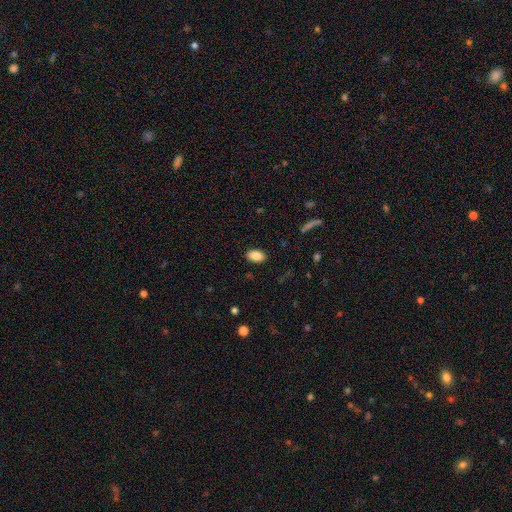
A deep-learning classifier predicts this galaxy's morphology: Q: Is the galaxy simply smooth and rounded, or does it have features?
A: smooth — 86%.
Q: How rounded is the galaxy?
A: in between — 91%.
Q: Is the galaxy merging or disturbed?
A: none — 88%.